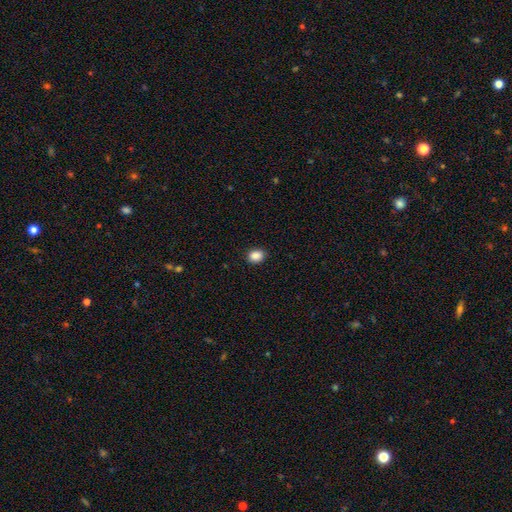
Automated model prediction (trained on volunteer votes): smooth-or-featured: smooth: 88% | star or artifact: 9% | featured or disk: 3%
  how-rounded: in between: 53% | round: 46% | cigar-shaped: 1%
  merging: none: 90% | minor disturbance: 7% | major disturbance: 2% | merger: 1%